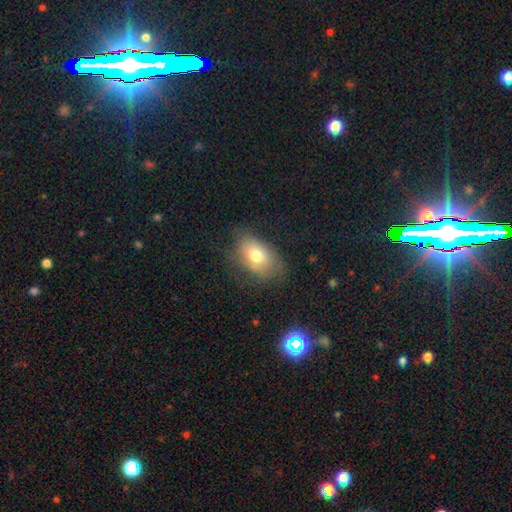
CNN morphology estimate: Smooth or featured: smooth — 71% (featured or disk — 20%)
How rounded: in between — 88% (round — 11%)
Merging: none — 60% (minor disturbance — 26%)